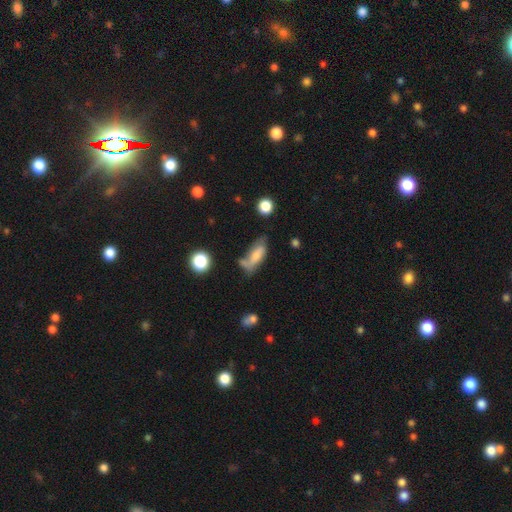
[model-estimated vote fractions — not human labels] Smooth or featured? smooth (61%)
How rounded? in between (70%)
Merging? none (37%)